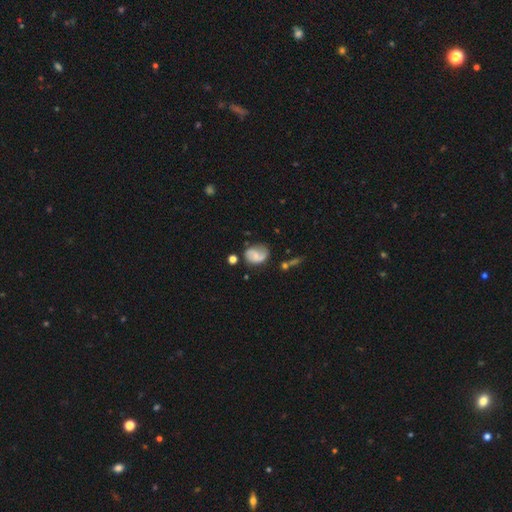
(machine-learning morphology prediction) Overall: featured or disk (53%; smooth 39%). Edge-on disk: no (97%). Bar: no (54%; weak 38%). Spiral arms: yes (84%). Bulge size: small (52%; moderate 25%). Merging: none (58%; minor disturbance 26%).